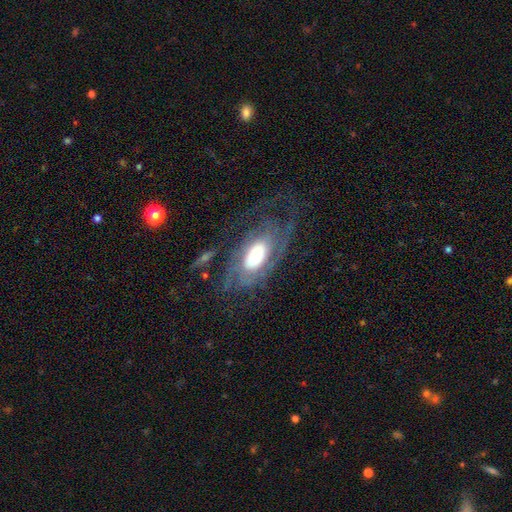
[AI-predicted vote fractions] Smooth or featured? Predicted: featured or disk (p=0.70). Edge-on disk? Predicted: no (p=0.92). Bar? Predicted: no (p=0.75). Spiral arms? Predicted: yes (p=0.83). Spiral winding? Predicted: tight (p=0.44). Spiral arm count? Predicted: can't tell (p=0.37). Bulge size? Predicted: large (p=0.52). Merging? Predicted: none (p=0.52).